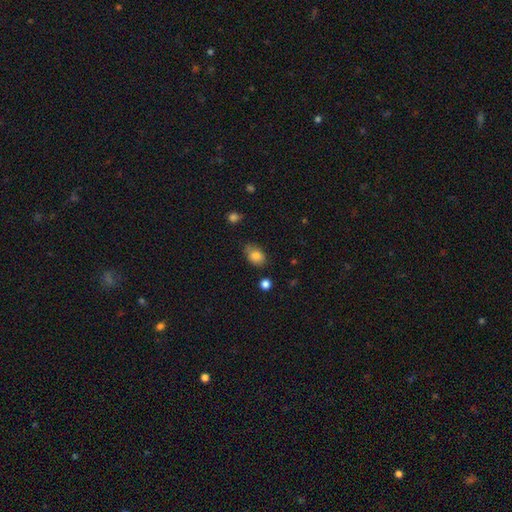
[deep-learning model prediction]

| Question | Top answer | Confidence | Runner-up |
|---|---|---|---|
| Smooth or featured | smooth | 83% | star or artifact (9%) |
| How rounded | in between | 77% | round (22%) |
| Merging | none | 64% | minor disturbance (27%) |